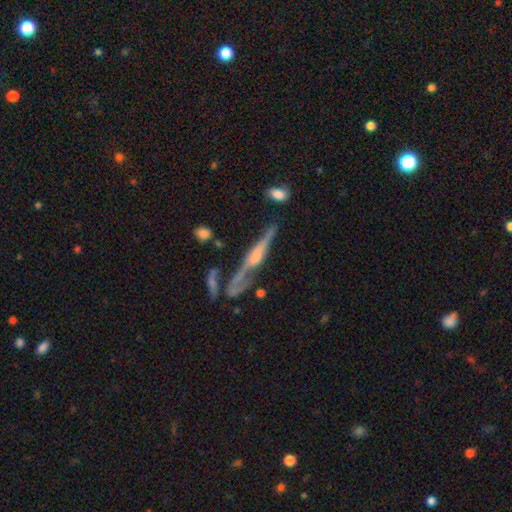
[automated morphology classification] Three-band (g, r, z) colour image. It shows a featured or disk galaxy (76%) viewed edge-on (90%) with a rounded central bulge (73%). Merging: none (50%).